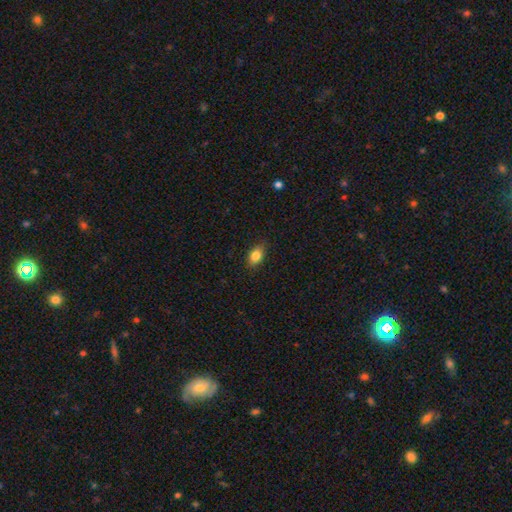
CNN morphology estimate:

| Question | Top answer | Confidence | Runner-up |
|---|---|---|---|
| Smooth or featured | smooth | 82% | featured or disk (10%) |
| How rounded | in between | 83% | round (13%) |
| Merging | none | 85% | minor disturbance (12%) |